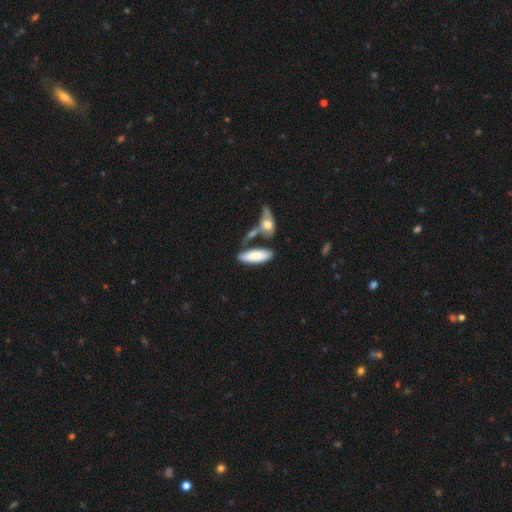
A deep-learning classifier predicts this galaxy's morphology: This is likely a smooth galaxy (74%). How rounded: likely in between (66%). Merging: possibly none (47%).